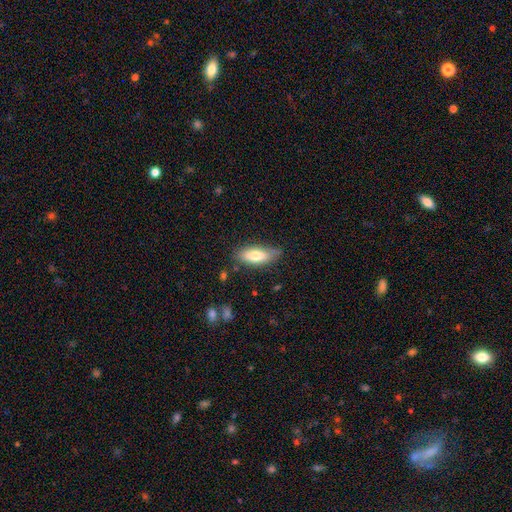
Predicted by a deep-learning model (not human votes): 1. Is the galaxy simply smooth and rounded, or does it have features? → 76% smooth, 18% featured or disk, 6% star or artifact.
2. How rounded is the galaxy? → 72% in between, 26% cigar-shaped, 2% round.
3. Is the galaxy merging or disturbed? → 71% none, 22% minor disturbance, 4% major disturbance, 2% merger.